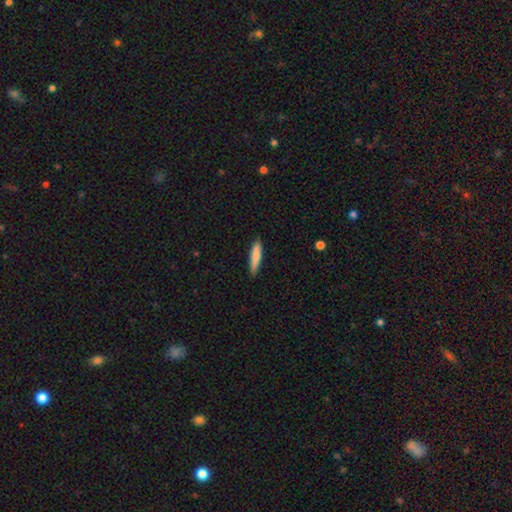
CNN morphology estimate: This appears to be a smooth galaxy with no disk features (82%) that is cigar-shaped (86%). Merging: none (87%).